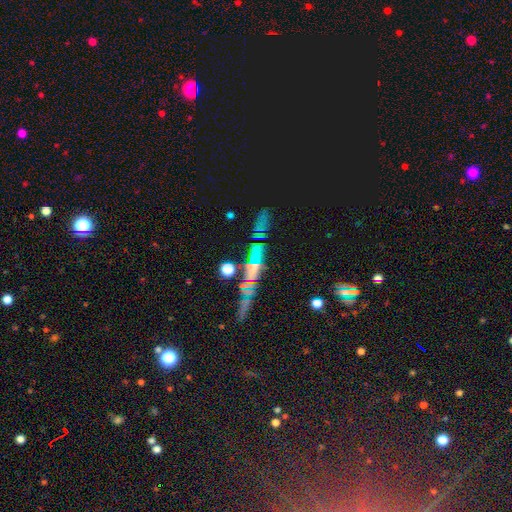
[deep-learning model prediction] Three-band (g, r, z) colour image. It shows a featured or disk galaxy (46%). Merging: none (73%).